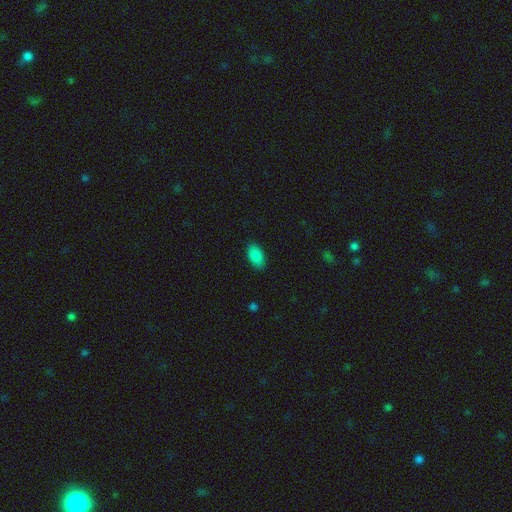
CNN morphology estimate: Overall: smooth (87%). How rounded: in between (94%). Merging: none (88%).